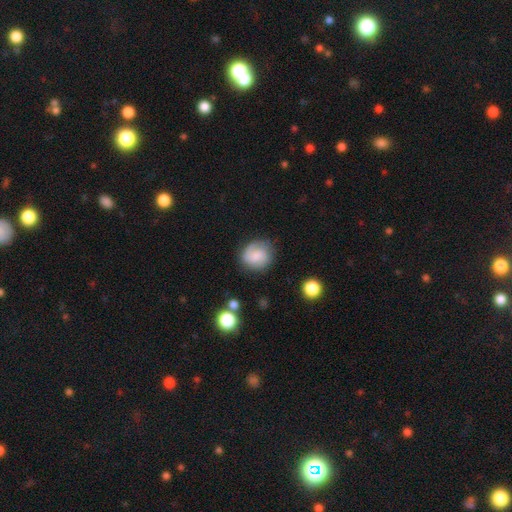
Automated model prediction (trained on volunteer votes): Smooth or featured: smooth — 61% (featured or disk — 31%)
How rounded: round — 80% (in between — 19%)
Merging: none — 77% (minor disturbance — 16%)